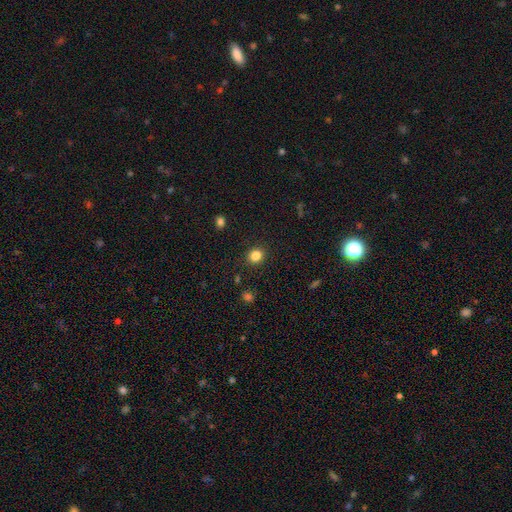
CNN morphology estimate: Smooth or featured: smooth — 84% (star or artifact — 12%)
How rounded: round — 76% (in between — 23%)
Merging: none — 89% (minor disturbance — 7%)